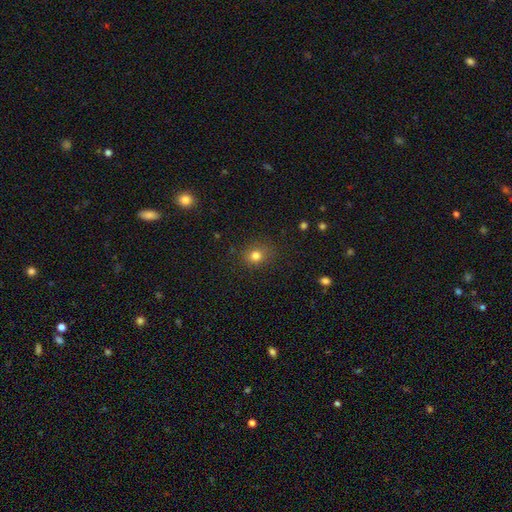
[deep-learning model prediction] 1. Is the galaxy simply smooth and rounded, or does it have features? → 79% smooth, 14% star or artifact, 7% featured or disk.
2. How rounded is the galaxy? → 71% round, 28% in between, 1% cigar-shaped.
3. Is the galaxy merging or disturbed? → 84% none, 11% minor disturbance, 4% major disturbance, 1% merger.